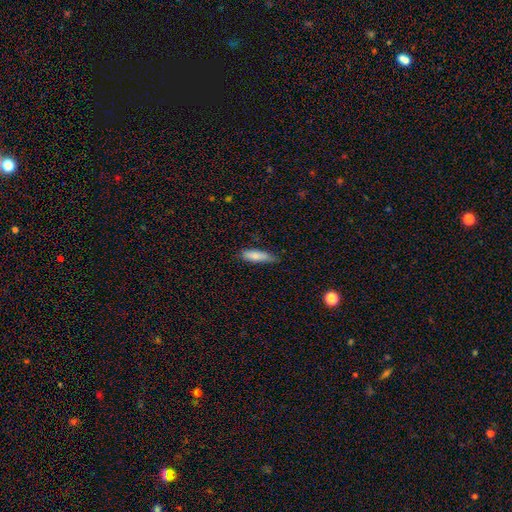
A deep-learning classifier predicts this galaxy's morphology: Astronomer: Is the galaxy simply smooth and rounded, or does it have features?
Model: smooth — 81%.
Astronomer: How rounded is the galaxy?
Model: cigar-shaped — 63%.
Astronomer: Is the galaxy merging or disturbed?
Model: none — 72%.